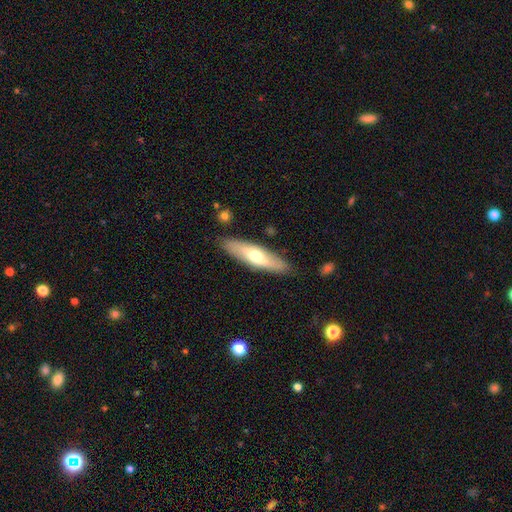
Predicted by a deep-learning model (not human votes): smooth 54%, featured or disk 41%, star or artifact 5%. Down the decision tree: how rounded — cigar-shaped (65%); merging — none (86%).